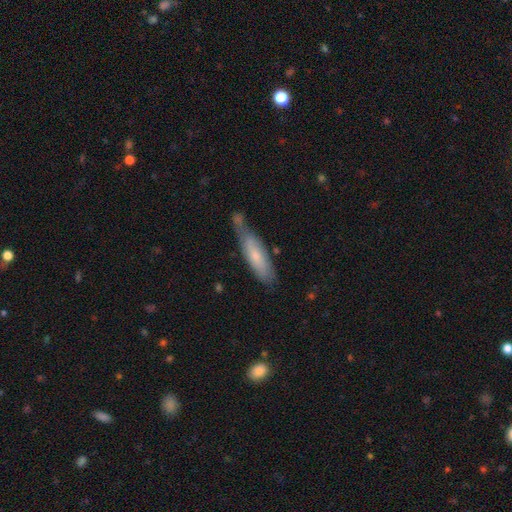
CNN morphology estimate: This is likely a smooth galaxy (65%). How rounded: likely cigar-shaped (65%). Merging: possibly none (46%).